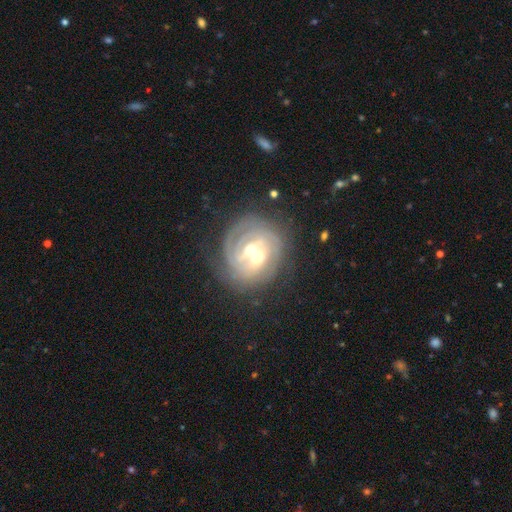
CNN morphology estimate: The model was most divided on "spiral arm count": can't tell: 35%, 2: 33%, 3: 14%, 1: 9%, 4: 4%, more than 4: 4%. Remaining: edge-on disk — no (96%); spiral arms — yes (79%); smooth or featured — featured or disk (76%); spiral winding — tight (70%); bulge size — moderate (65%); merging — none (44%); bar — weak (38%).